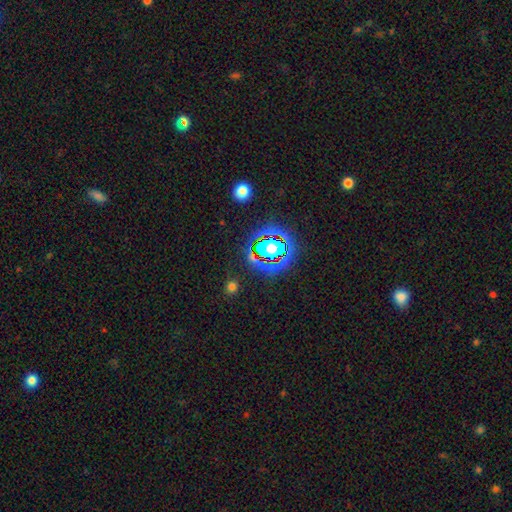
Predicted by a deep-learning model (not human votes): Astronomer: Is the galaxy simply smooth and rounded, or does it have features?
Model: star or artifact — 70%.